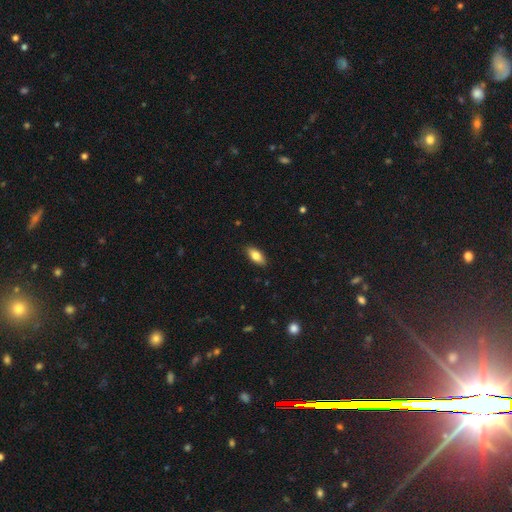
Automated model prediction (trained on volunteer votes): smooth_or_featured: smooth (p=0.80) [alt: featured or disk p=0.14]
how_rounded: in between (p=0.84) [alt: cigar-shaped p=0.13]
merging: none (p=0.88) [alt: minor disturbance p=0.09]